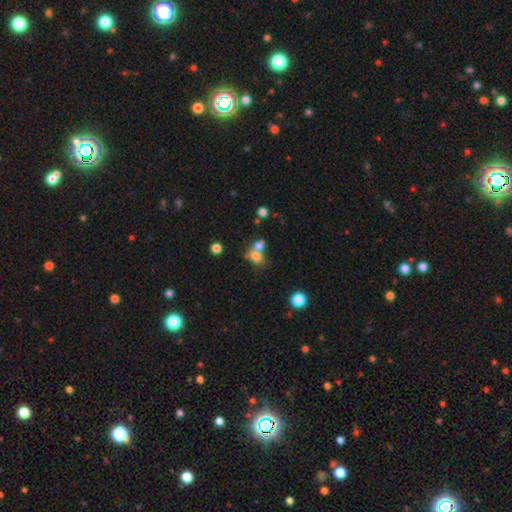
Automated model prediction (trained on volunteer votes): Smooth or featured? Predicted: smooth (p=0.74). How rounded? Predicted: in between (p=0.50). Merging? Predicted: merger (p=0.55).